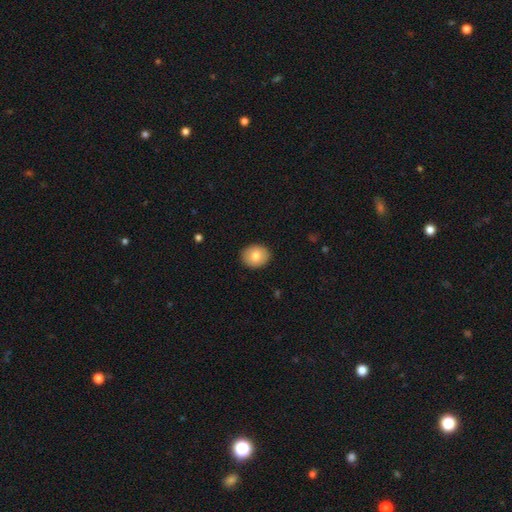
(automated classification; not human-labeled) smooth_or_featured: smooth (p=0.80) [alt: featured or disk p=0.13]
how_rounded: round (p=0.64) [alt: in between p=0.35]
merging: none (p=0.91) [alt: minor disturbance p=0.07]